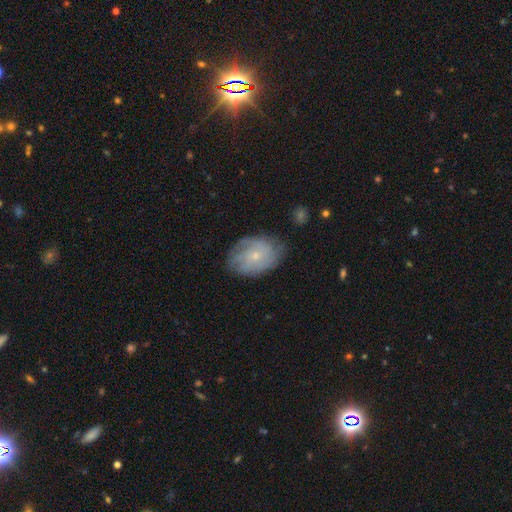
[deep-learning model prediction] Smooth or featured?
  - featured or disk: 66% *
  - smooth: 26%
  - star or artifact: 8%
Edge-on disk?
  - no: 96% *
  - yes: 4%
Bar?
  - no: 78% *
  - weak: 19%
  - strong: 3%
Spiral arms?
  - yes: 87% *
  - no: 13%
Spiral winding?
  - tight: 56% *
  - medium: 31%
  - loose: 12%
Spiral arm count?
  - can't tell: 46% *
  - 3: 15%
  - 4: 14%
  - 2: 13%
  - more than 4: 6%
  - 1: 6%
Bulge size?
  - small: 75% *
  - moderate: 21%
  - none: 3%
  - large: 1%
  - dominant: 1%
Merging?
  - none: 71% *
  - minor disturbance: 21%
  - major disturbance: 7%
  - merger: 1%